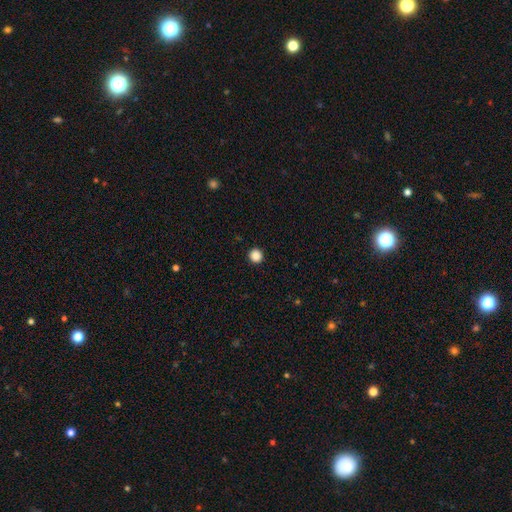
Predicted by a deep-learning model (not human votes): The model was most divided on "smooth or featured": smooth: 87%, star or artifact: 10%, featured or disk: 2%. More confident: how rounded — round (95%); merging — none (93%).